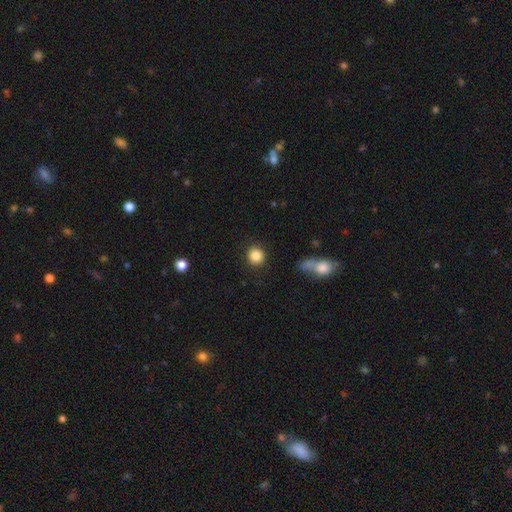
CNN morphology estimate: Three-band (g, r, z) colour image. It shows a smooth galaxy with no disk features (86%) that is round (92%). Merging: none (89%).